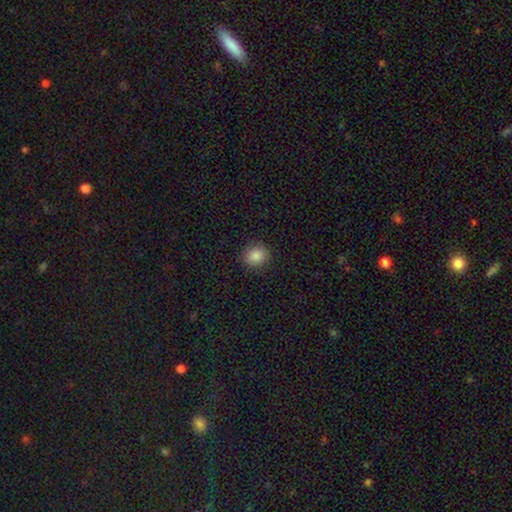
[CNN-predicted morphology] Smooth or featured? Predicted: smooth (p=0.86). How rounded? Predicted: round (p=0.78). Merging? Predicted: none (p=0.90).